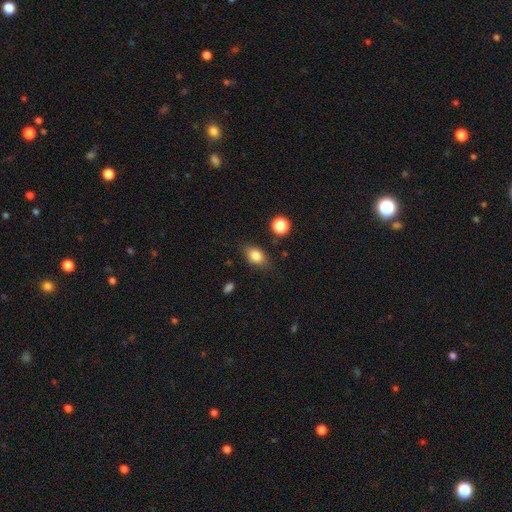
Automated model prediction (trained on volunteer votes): Q: Smooth or featured?
A: smooth (82%); runner-up: star or artifact (9%)
Q: How rounded?
A: in between (75%); runner-up: round (23%)
Q: Merging?
A: none (80%); runner-up: minor disturbance (15%)